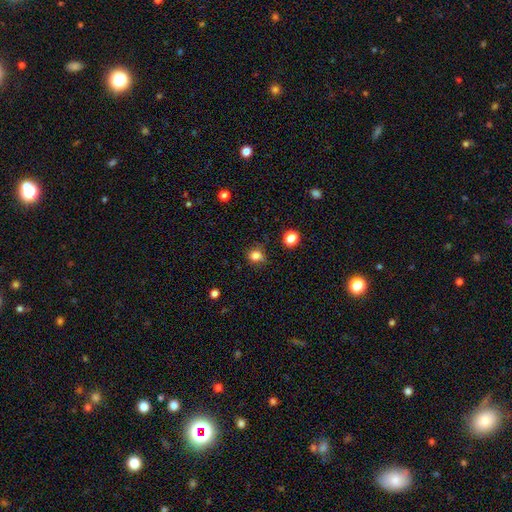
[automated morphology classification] Smooth or featured? smooth (80%)
How rounded? round (74%)
Merging? none (66%)